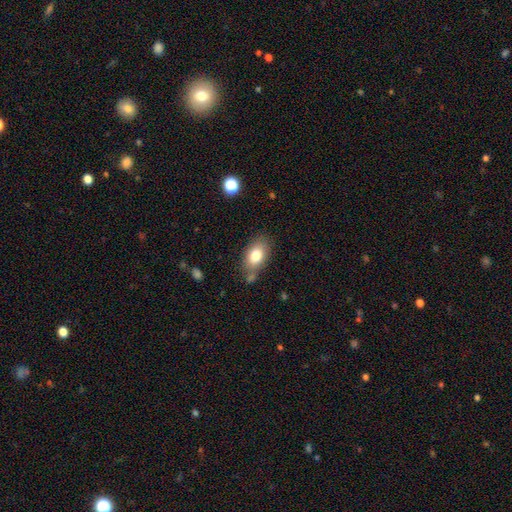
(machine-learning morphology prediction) smooth 79%, featured or disk 13%, star or artifact 8%. Down the decision tree: how rounded — in between (89%); merging — none (66%).